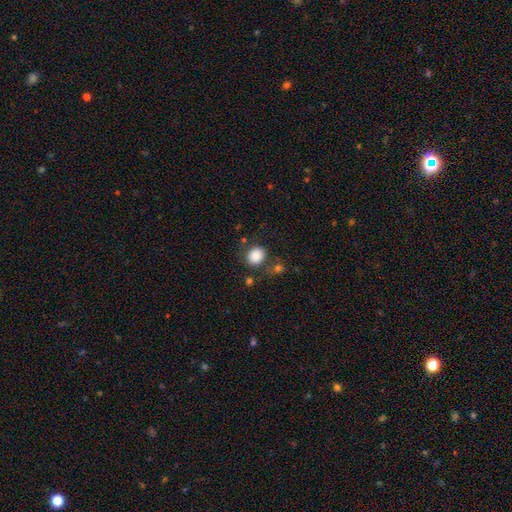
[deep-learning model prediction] Smooth or featured?
  - smooth: 86% *
  - star or artifact: 9%
  - featured or disk: 4%
How rounded?
  - round: 70% *
  - in between: 29%
  - cigar-shaped: 1%
Merging?
  - none: 75% *
  - minor disturbance: 13%
  - merger: 7%
  - major disturbance: 5%